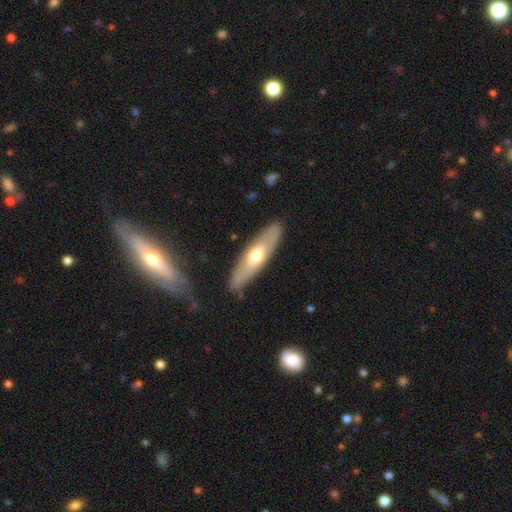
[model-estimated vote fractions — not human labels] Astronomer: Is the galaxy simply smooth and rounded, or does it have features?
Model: smooth — 50% (runner-up: featured or disk, 45%).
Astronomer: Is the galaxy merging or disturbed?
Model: none — 86%.